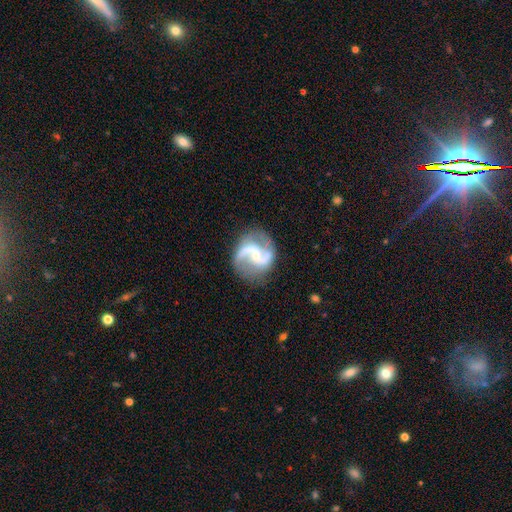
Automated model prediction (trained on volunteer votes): Q: Smooth or featured?
A: featured or disk (89%); runner-up: smooth (6%)
Q: Edge-on disk?
A: no (98%); runner-up: yes (2%)
Q: Bar?
A: weak (43%); runner-up: no (37%)
Q: Spiral arms?
A: yes (97%); runner-up: no (3%)
Q: Spiral winding?
A: medium (46%); runner-up: loose (44%)
Q: Spiral arm count?
A: 2 (92%); runner-up: 1 (2%)
Q: Bulge size?
A: small (60%); runner-up: moderate (33%)
Q: Merging?
A: none (75%); runner-up: minor disturbance (15%)